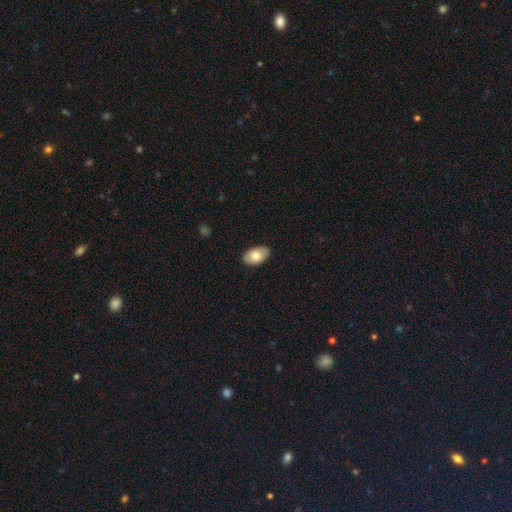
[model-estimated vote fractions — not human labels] This is likely a smooth galaxy (75%). How rounded: clearly in between (93%). Merging: clearly none (87%).